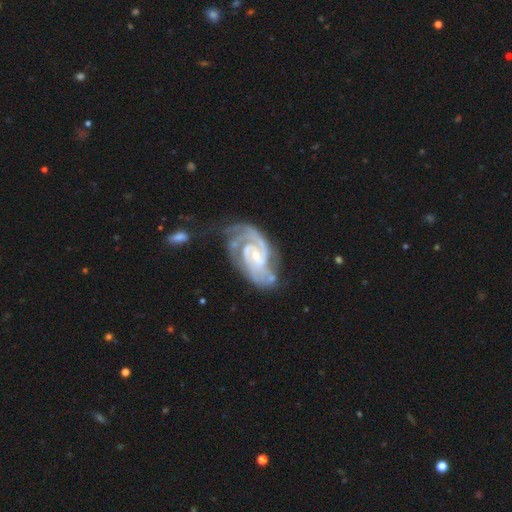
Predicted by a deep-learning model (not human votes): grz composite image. It shows a featured or disk galaxy (92%) with no bar (44%), 2 (62%) tight (57%) spiral arms (98%) and a small central bulge (67%). Merging: none (51%).